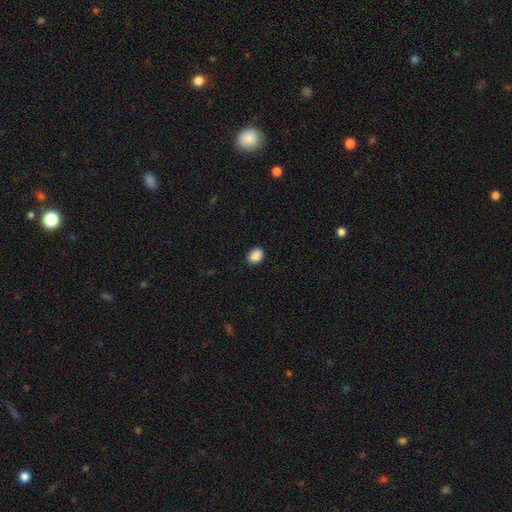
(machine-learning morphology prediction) The model was most divided on "how rounded": in between: 54%, round: 45%, cigar-shaped: 1%. More confident: merging — none (89%); smooth or featured — smooth (89%).